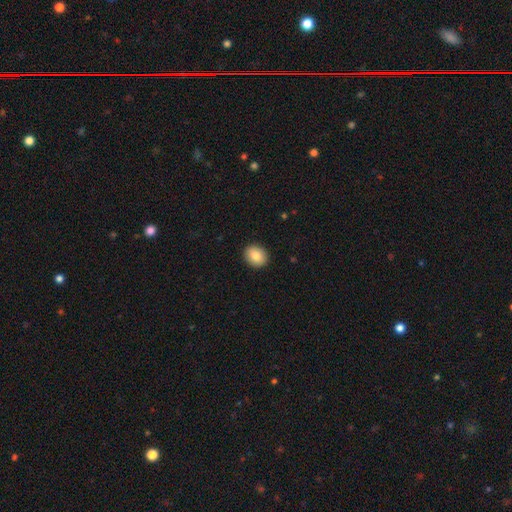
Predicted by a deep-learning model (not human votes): Smooth or featured? smooth (85%)
How rounded? round (56%)
Merging? none (91%)